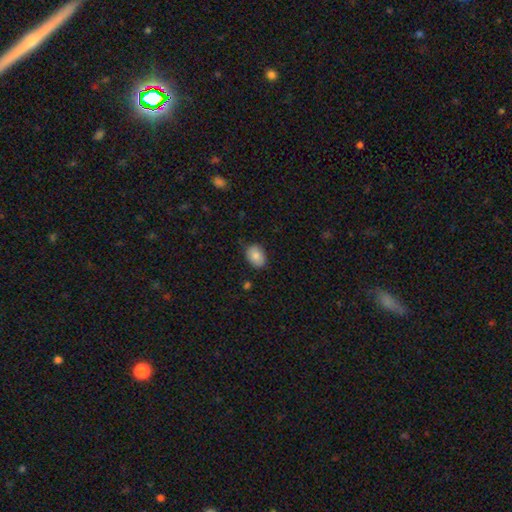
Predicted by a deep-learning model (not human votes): The model was most divided on "how rounded": in between: 72%, round: 27%, cigar-shaped: 1%. More confident: smooth or featured — smooth (84%); merging — none (83%).